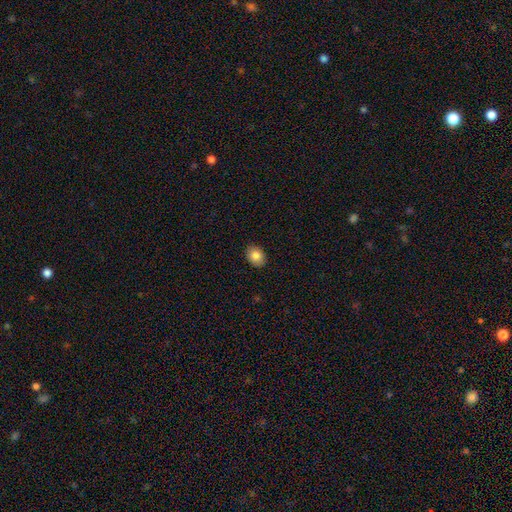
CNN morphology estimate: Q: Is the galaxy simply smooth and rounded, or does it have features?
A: smooth — 85%.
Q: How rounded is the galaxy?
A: in between — 63%.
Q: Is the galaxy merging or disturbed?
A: none — 88%.